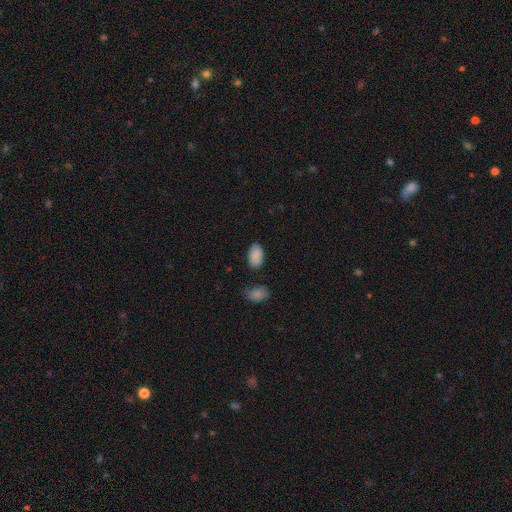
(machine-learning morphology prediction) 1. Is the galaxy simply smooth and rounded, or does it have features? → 88% smooth, 7% star or artifact, 4% featured or disk.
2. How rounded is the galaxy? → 93% in between, 6% round, 1% cigar-shaped.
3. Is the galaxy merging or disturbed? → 77% none, 15% minor disturbance, 4% merger, 4% major disturbance.